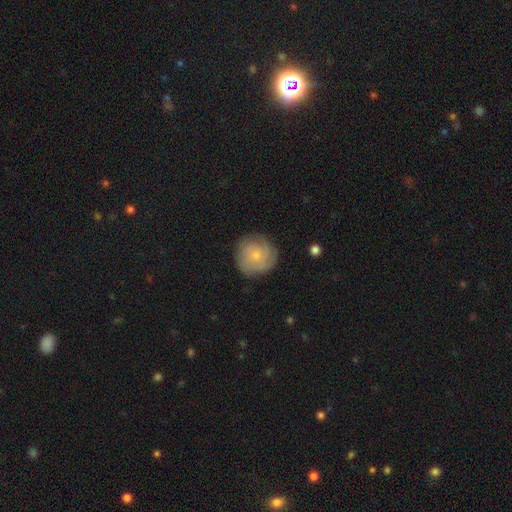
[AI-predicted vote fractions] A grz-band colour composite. It shows a featured or disk galaxy (47%). Merging: none (77%).